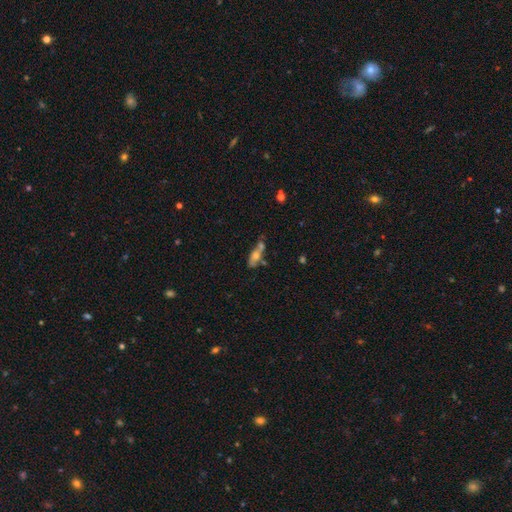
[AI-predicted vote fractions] A smooth galaxy with no disk features (57%) that is in between round and cigar-shaped (60%). Merging: none (35%, tied with merger).